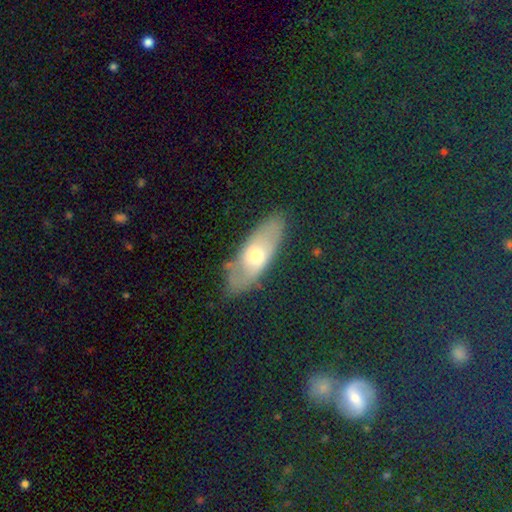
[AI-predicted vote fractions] The model was most divided on "smooth or featured": smooth: 52%, featured or disk: 41%, star or artifact: 7%. More confident: merging — none (74%); how rounded — in between (71%).